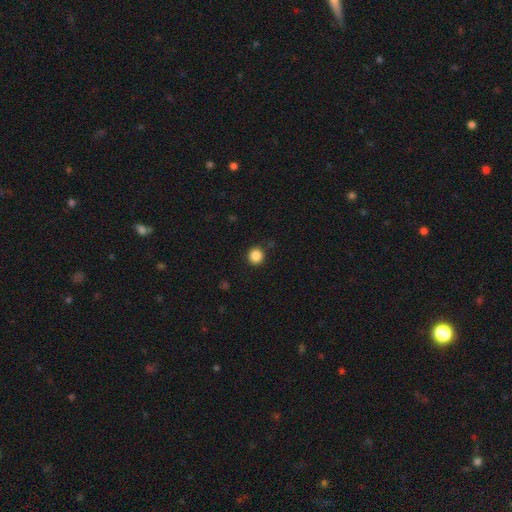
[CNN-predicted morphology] Smooth or featured: smooth — 86% (star or artifact — 11%)
How rounded: round — 93% (in between — 6%)
Merging: none — 91% (minor disturbance — 6%)